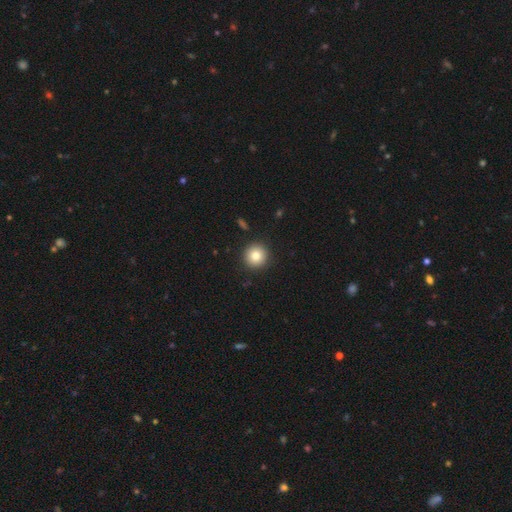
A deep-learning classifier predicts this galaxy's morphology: smooth 81%, star or artifact 10%, featured or disk 9%. Down the decision tree: how rounded — round (96%); merging — none (92%).